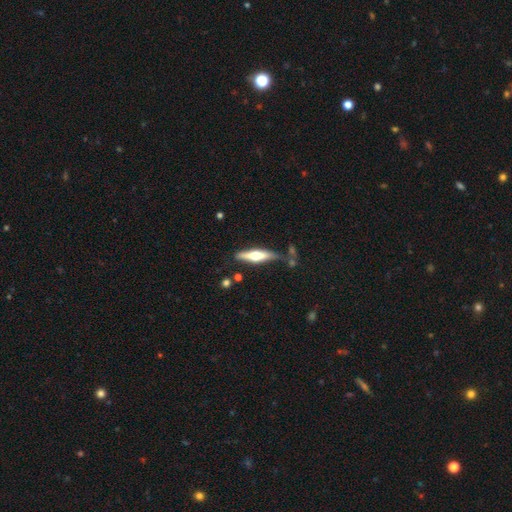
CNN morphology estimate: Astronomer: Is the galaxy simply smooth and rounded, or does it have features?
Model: featured or disk — 55% (runner-up: smooth, 39%).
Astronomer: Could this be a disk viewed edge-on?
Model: yes — 93%.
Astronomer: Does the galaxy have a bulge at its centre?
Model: rounded — 90%.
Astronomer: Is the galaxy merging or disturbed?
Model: none — 72%.